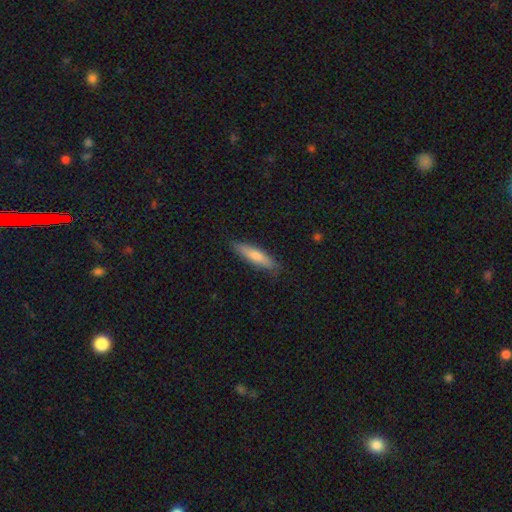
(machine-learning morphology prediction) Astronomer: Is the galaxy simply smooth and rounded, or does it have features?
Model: smooth — 66%.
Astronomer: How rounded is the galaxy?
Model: cigar-shaped — 84%.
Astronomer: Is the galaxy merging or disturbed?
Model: none — 88%.